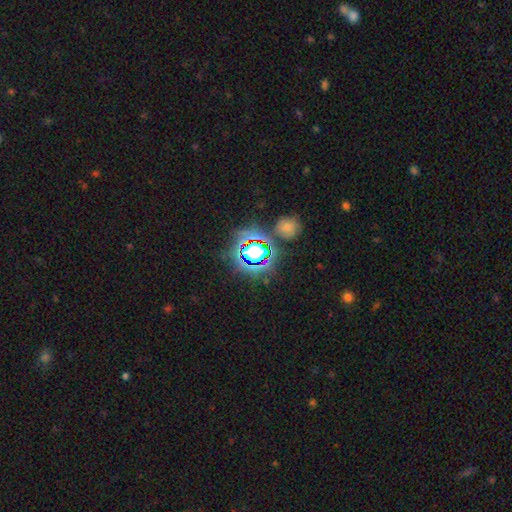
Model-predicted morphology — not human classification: Overall: star or artifact (68%).